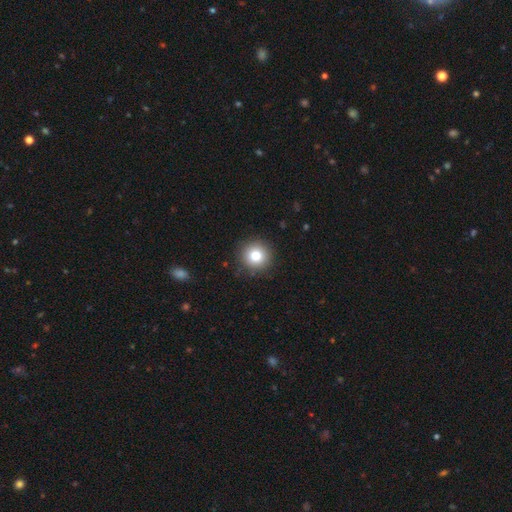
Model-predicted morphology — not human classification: Smooth or featured: smooth — 79% (star or artifact — 11%)
How rounded: round — 95% (in between — 4%)
Merging: none — 90% (minor disturbance — 6%)